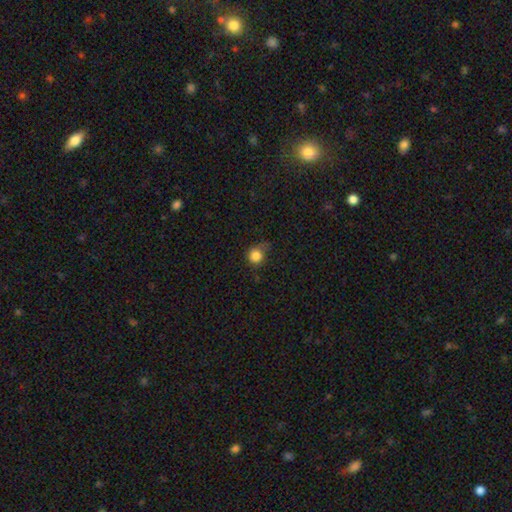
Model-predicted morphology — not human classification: smooth 84%, star or artifact 11%, featured or disk 5%. Down the decision tree: how rounded — round (89%); merging — none (59%).